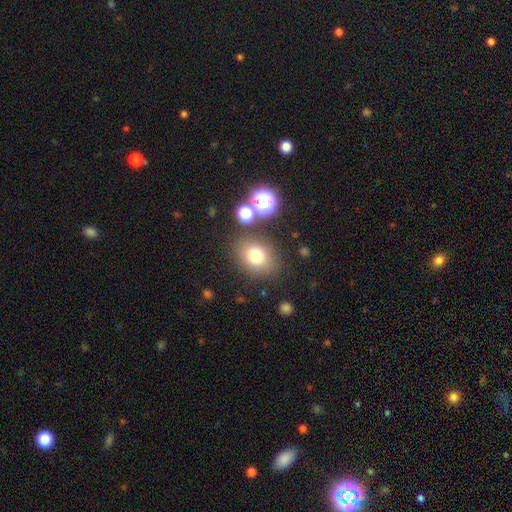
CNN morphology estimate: This appears to be a smooth galaxy with no disk features (75%) that is round (55%). Merging: none (78%).